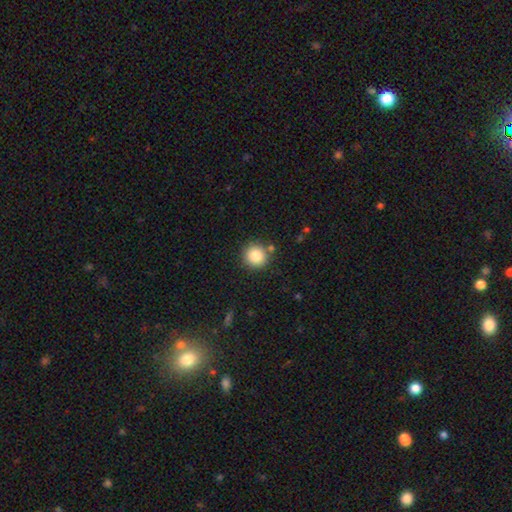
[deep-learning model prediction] Overall: smooth (85%). How rounded: round (92%). Merging: none (84%).